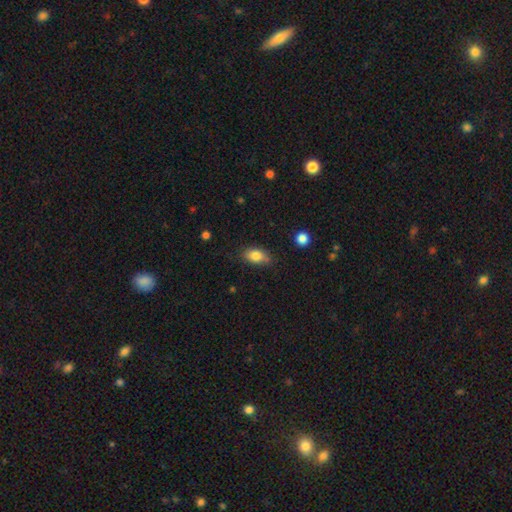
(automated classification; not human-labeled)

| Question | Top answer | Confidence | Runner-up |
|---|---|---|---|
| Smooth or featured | smooth | 81% | featured or disk (10%) |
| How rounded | in between | 86% | round (10%) |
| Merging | none | 72% | minor disturbance (22%) |